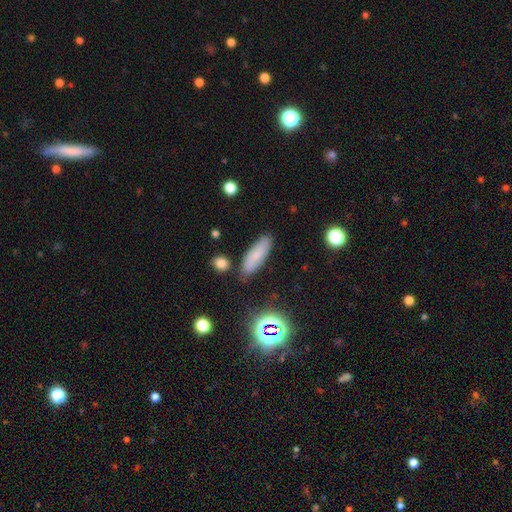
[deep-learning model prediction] Smooth or featured? smooth (74%)
How rounded? in between (49%)
Merging? none (81%)